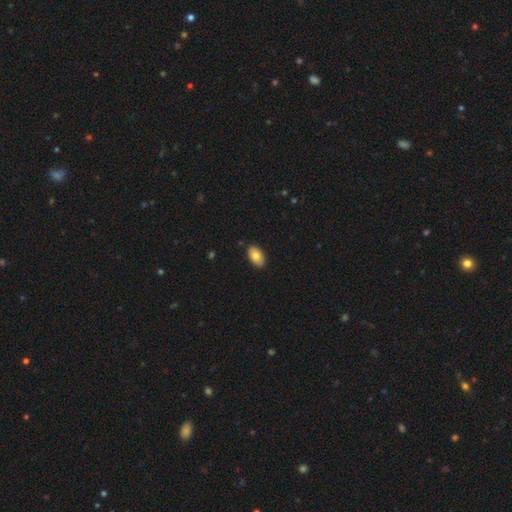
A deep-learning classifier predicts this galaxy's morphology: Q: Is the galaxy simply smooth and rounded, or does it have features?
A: smooth — 80%.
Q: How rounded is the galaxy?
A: in between — 94%.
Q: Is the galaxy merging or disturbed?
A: none — 88%.